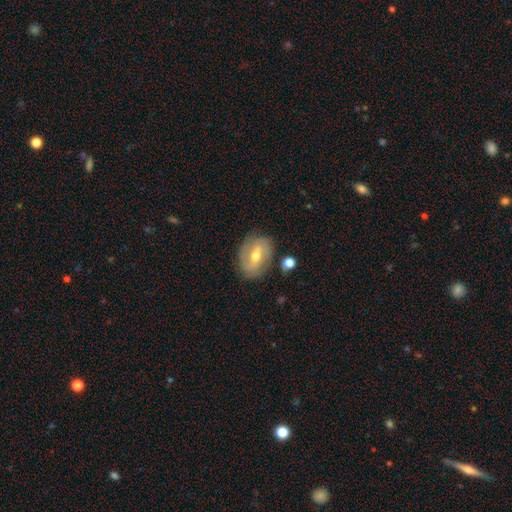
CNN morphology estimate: featured or disk 64%, smooth 29%, star or artifact 7%. Down the decision tree: edge-on disk — no (94%); bar — weak (45%); spiral arms — yes (69%); bulge size — moderate (71%); merging — none (77%).